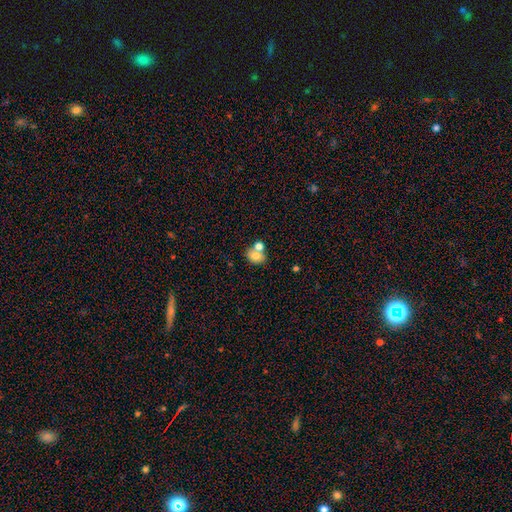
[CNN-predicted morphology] Smooth or featured: smooth — 74% (featured or disk — 16%)
How rounded: in between — 54% (round — 45%)
Merging: merger — 44% (none — 42%)